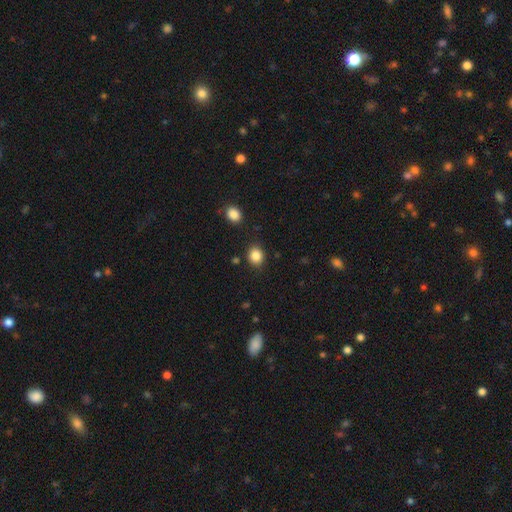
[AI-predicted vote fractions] Smooth or featured: smooth — 85% (star or artifact — 10%)
How rounded: round — 61% (in between — 38%)
Merging: none — 84% (minor disturbance — 10%)